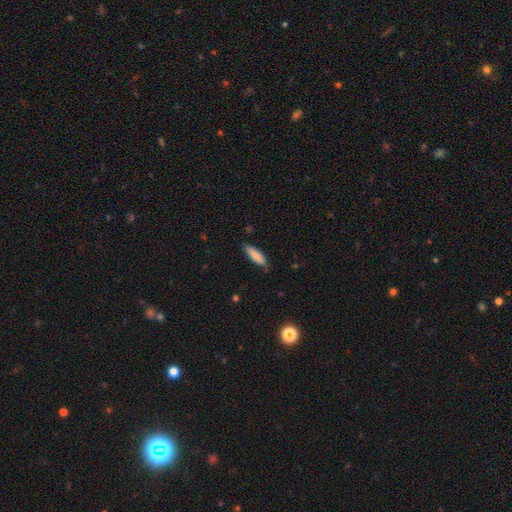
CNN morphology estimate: Smooth or featured? smooth (86%)
How rounded? cigar-shaped (64%)
Merging? none (81%)